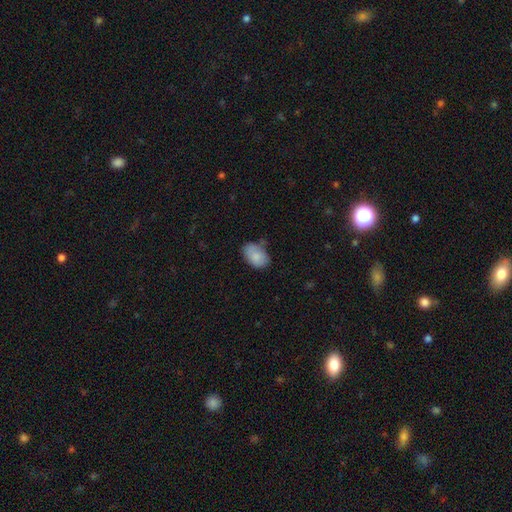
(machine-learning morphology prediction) This is clearly a smooth galaxy (84%). How rounded: clearly in between (87%). Merging: possibly none (58%).